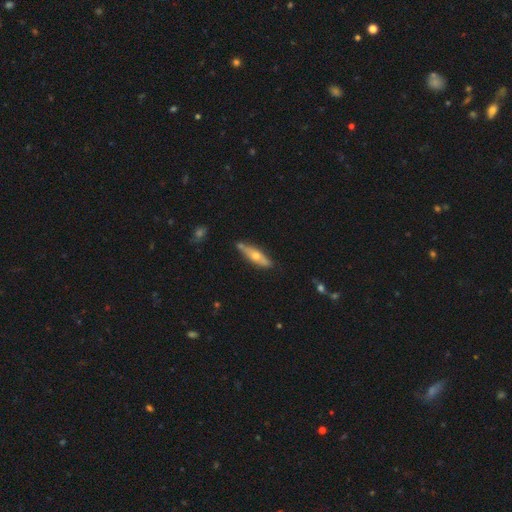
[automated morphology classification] The model was most divided on "smooth or featured": featured or disk: 53%, smooth: 40%, star or artifact: 7%. More confident: merging — none (79%); edge-on disk — yes (76%).